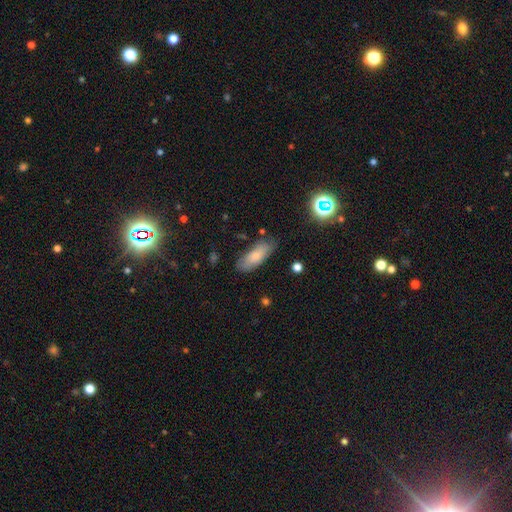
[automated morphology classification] Smooth or featured? smooth (75%)
How rounded? in between (75%)
Merging? none (73%)